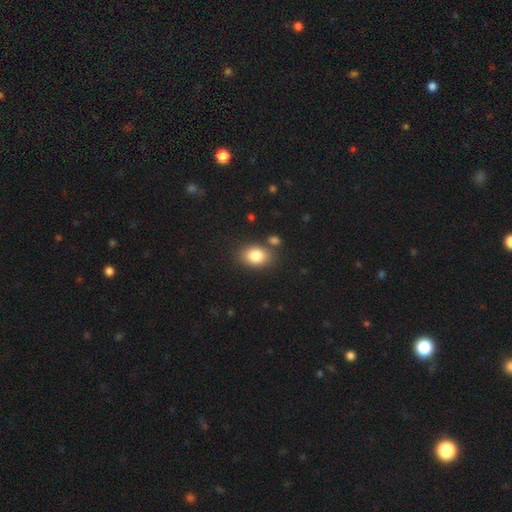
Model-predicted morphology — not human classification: A smooth galaxy with no disk features (83%) that is in between round and cigar-shaped (72%).

Vote fractions:
- Smooth or featured? smooth: 83% / star or artifact: 9% / featured or disk: 8%
- How rounded? in between: 72% / round: 26% / cigar-shaped: 1%
- Merging? none: 77% / minor disturbance: 11% / merger: 8% / major disturbance: 3%